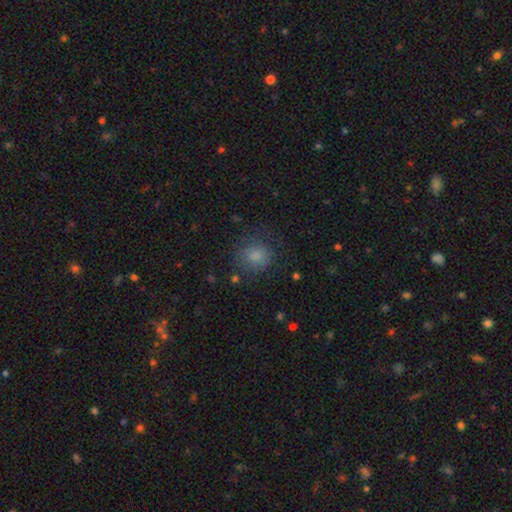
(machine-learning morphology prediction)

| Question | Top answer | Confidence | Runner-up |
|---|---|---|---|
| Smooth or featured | smooth | 81% | star or artifact (11%) |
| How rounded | round | 82% | in between (17%) |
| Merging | none | 73% | minor disturbance (17%) |